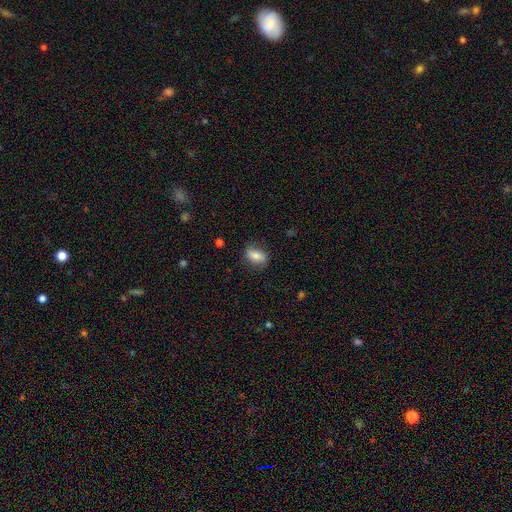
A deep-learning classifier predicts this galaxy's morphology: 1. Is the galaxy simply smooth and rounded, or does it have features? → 77% smooth, 15% featured or disk, 8% star or artifact.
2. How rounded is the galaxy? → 84% in between, 11% round, 5% cigar-shaped.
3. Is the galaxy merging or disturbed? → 78% none, 17% minor disturbance, 5% major disturbance, 1% merger.